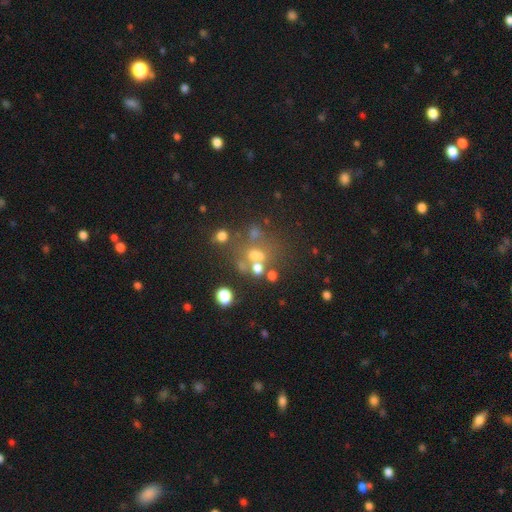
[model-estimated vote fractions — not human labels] Smooth or featured?
  - smooth: 40% *
  - star or artifact: 33%
  - featured or disk: 27%
Merging?
  - none: 47% *
  - merger: 29%
  - minor disturbance: 12%
  - major disturbance: 11%